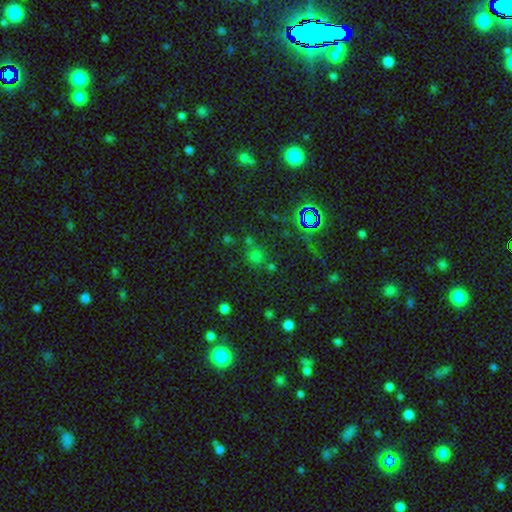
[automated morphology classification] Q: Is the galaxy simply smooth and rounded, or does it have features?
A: smooth — 52%.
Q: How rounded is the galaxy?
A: round — 87%.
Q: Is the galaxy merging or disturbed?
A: none — 72%.